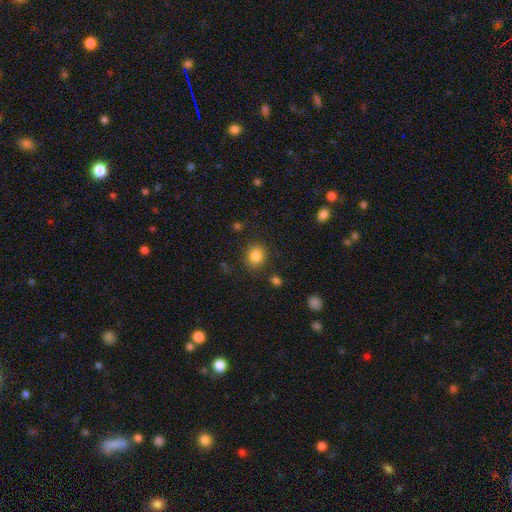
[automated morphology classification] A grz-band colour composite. It shows a smooth galaxy with no disk features (84%) that is round (71%). Merging: none (84%).